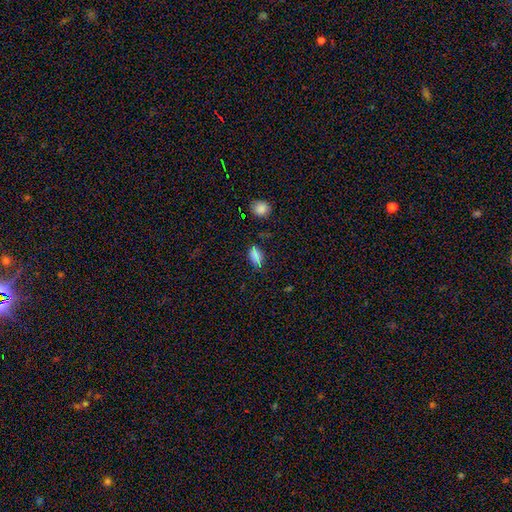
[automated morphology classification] This is likely a smooth galaxy (78%). How rounded: clearly in between (82%). Merging: likely none (76%).